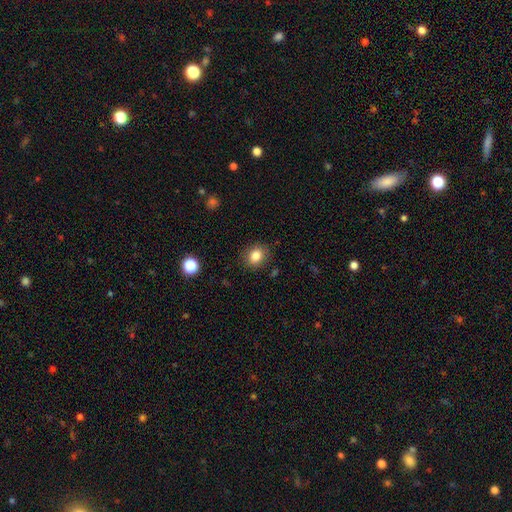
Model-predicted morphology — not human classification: Smooth or featured: smooth — 84% (star or artifact — 10%)
How rounded: round — 55% (in between — 45%)
Merging: none — 86% (minor disturbance — 10%)